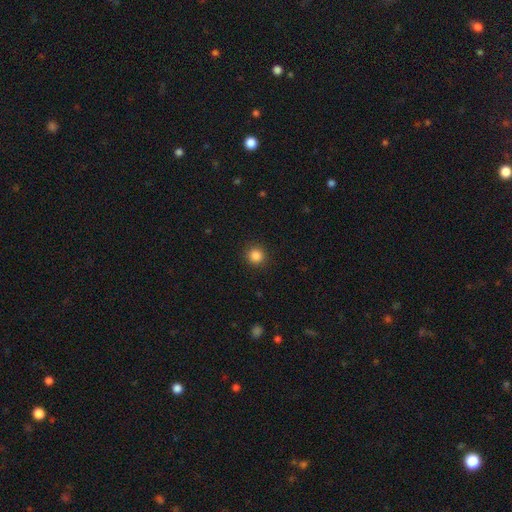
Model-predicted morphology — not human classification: Smooth or featured? smooth (86%)
How rounded? round (94%)
Merging? none (91%)